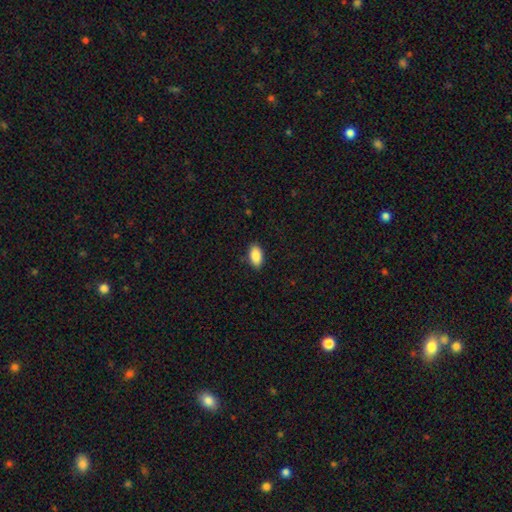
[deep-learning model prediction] Q: Smooth or featured?
A: smooth (89%); runner-up: star or artifact (7%)
Q: How rounded?
A: in between (94%); runner-up: round (4%)
Q: Merging?
A: none (87%); runner-up: minor disturbance (10%)